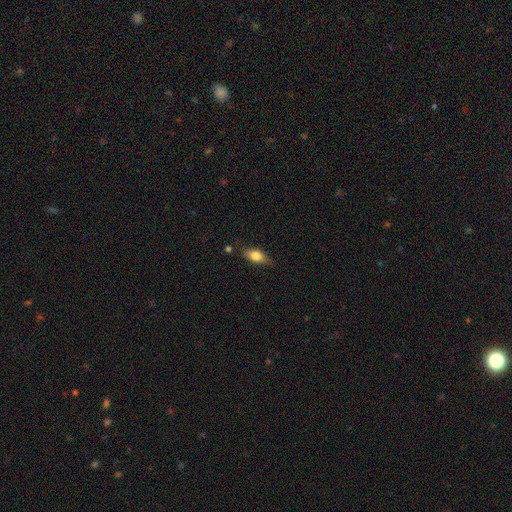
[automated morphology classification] Smooth or featured?
  - smooth: 74% *
  - featured or disk: 18%
  - star or artifact: 7%
How rounded?
  - in between: 82% *
  - cigar-shaped: 12%
  - round: 6%
Merging?
  - none: 75% *
  - minor disturbance: 19%
  - major disturbance: 4%
  - merger: 2%